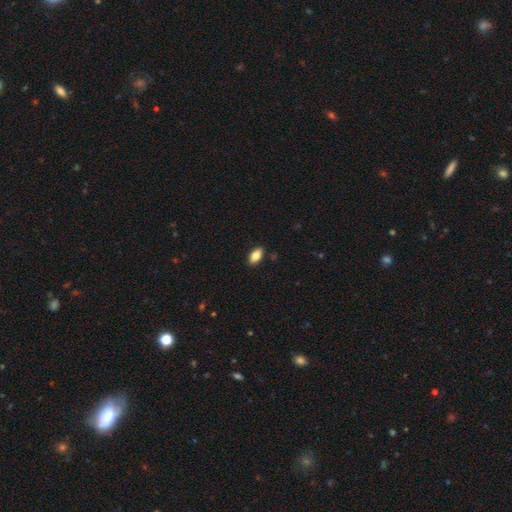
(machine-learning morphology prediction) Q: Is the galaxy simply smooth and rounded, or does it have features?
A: smooth — 83%.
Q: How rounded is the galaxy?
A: in between — 92%.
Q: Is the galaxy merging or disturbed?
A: none — 88%.